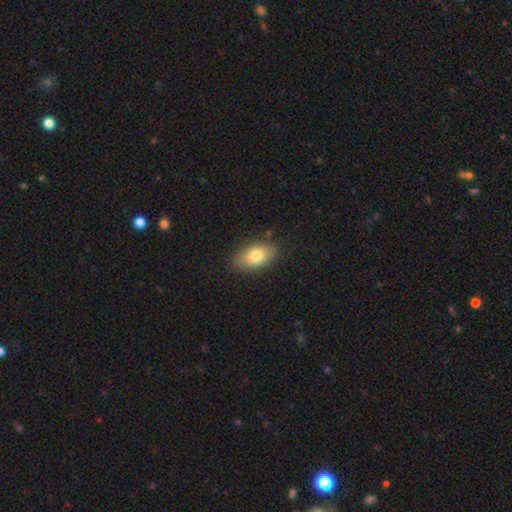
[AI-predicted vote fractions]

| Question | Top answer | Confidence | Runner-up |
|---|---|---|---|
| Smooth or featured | smooth | 80% | featured or disk (13%) |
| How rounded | in between | 91% | round (7%) |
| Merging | none | 83% | minor disturbance (13%) |